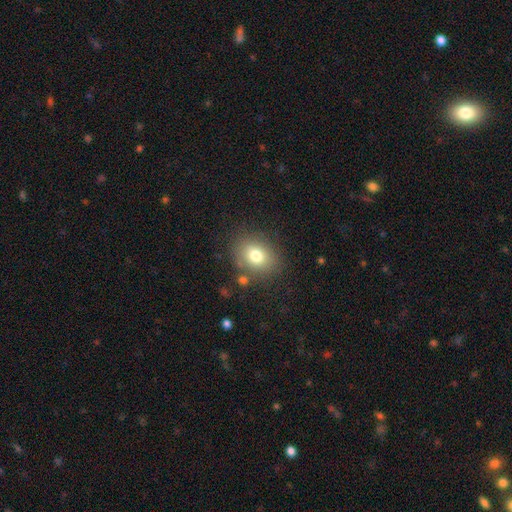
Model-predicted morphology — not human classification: Smooth or featured: smooth — 77% (featured or disk — 12%)
How rounded: round — 50% (in between — 49%)
Merging: none — 80% (minor disturbance — 12%)